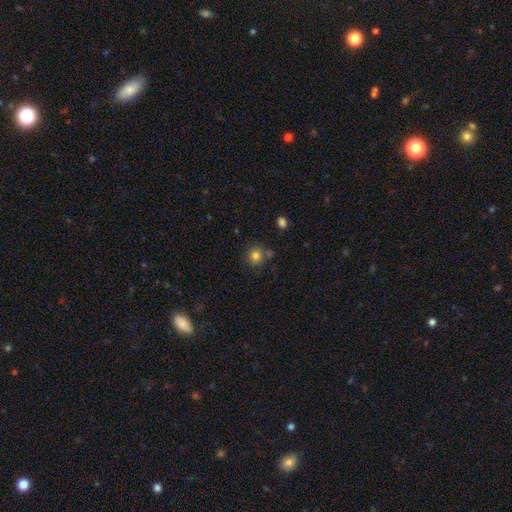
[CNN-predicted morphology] Overall: smooth (81%). How rounded: round (86%). Merging: none (73%).